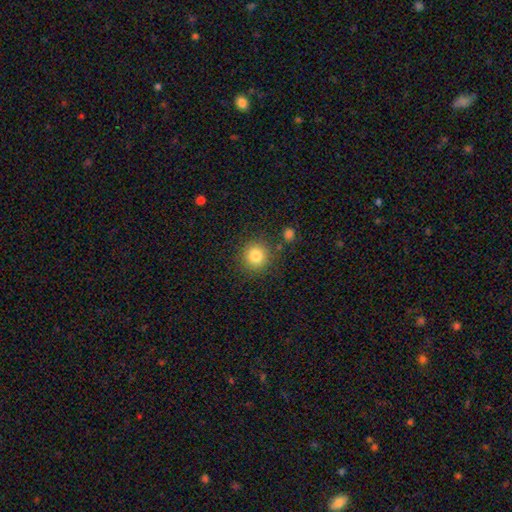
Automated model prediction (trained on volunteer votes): Smooth or featured?
  - smooth: 83% *
  - star or artifact: 11%
  - featured or disk: 6%
How rounded?
  - round: 92% *
  - in between: 7%
  - cigar-shaped: 1%
Merging?
  - none: 85% *
  - minor disturbance: 8%
  - merger: 4%
  - major disturbance: 3%